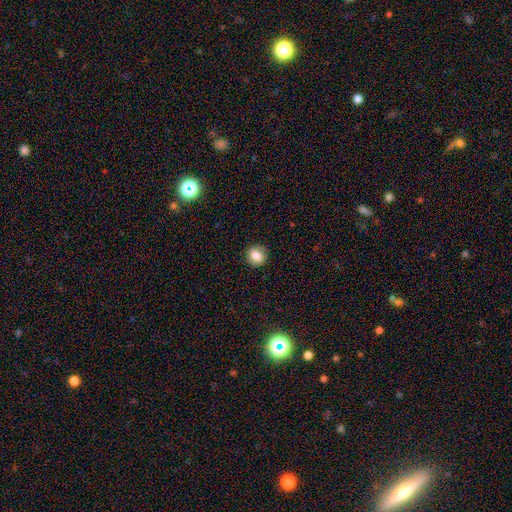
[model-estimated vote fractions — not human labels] A smooth galaxy with no disk features (81%) that is round (81%). Merging: none (88%).